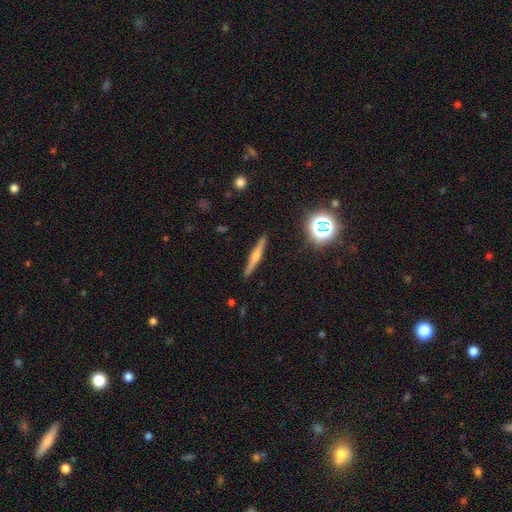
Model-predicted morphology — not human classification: The model was most divided on "smooth or featured": featured or disk: 64%, smooth: 26%, star or artifact: 10%. More confident: edge-on disk — yes (97%); merging — none (91%); edge-on bulge — rounded (86%).